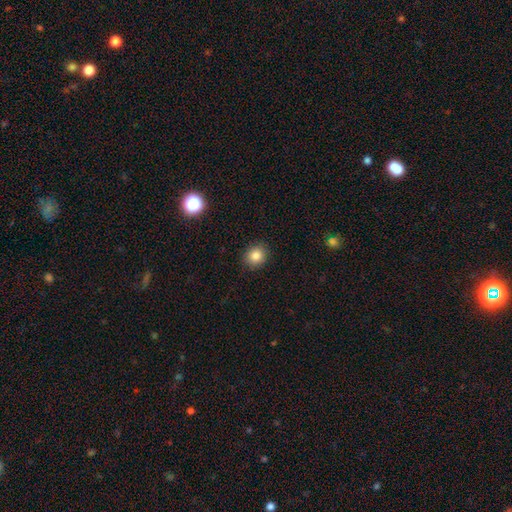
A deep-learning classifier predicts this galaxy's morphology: A smooth galaxy with no disk features (84%) that is round (76%). Merging: none (90%).